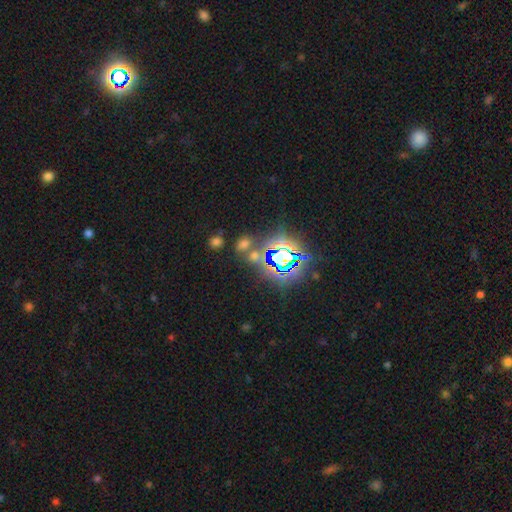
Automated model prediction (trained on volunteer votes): The model was most divided on "smooth or featured": star or artifact: 63%, smooth: 30%, featured or disk: 8%.